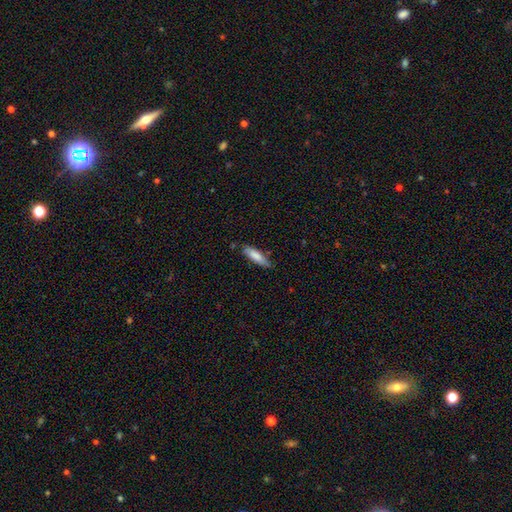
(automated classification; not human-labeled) Overall: smooth (80%). How rounded: cigar-shaped (62%; in between 37%). Merging: none (75%).